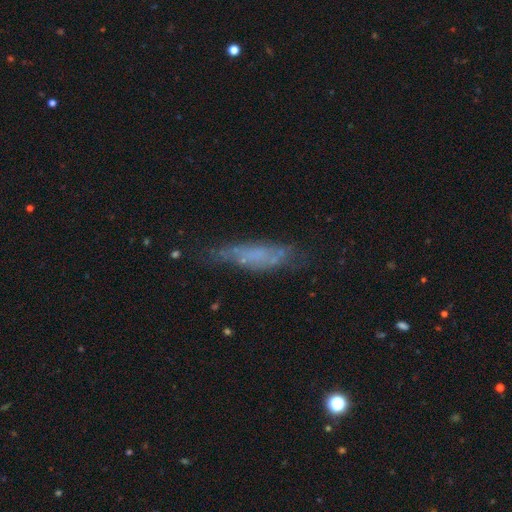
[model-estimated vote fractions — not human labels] Smooth or featured? Predicted: featured or disk (p=0.46). Merging? Predicted: none (p=0.56).